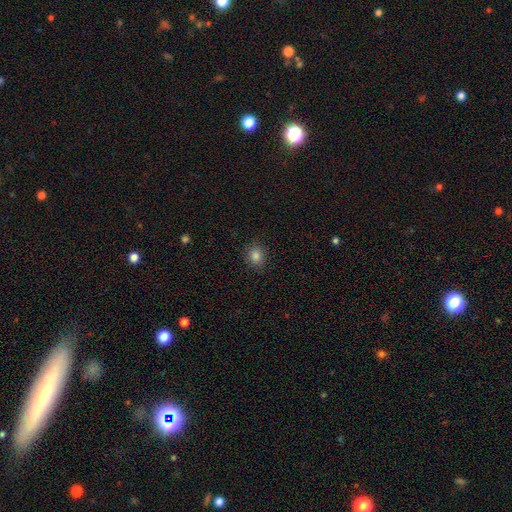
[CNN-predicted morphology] Q: Smooth or featured?
A: smooth (84%); runner-up: star or artifact (12%)
Q: How rounded?
A: round (68%); runner-up: in between (31%)
Q: Merging?
A: none (87%); runner-up: minor disturbance (9%)